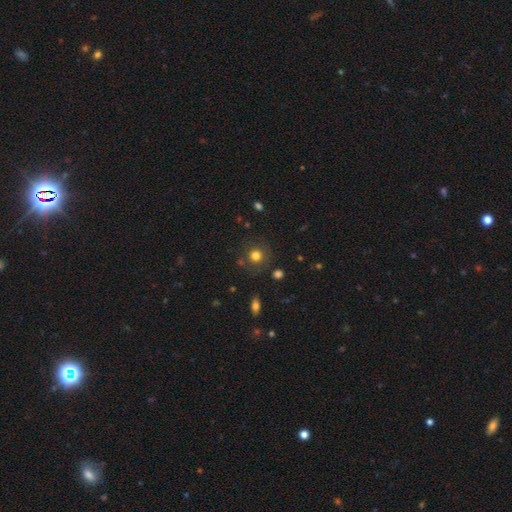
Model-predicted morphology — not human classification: This is likely a smooth galaxy (78%). How rounded: clearly round (90%). Merging: clearly none (81%).